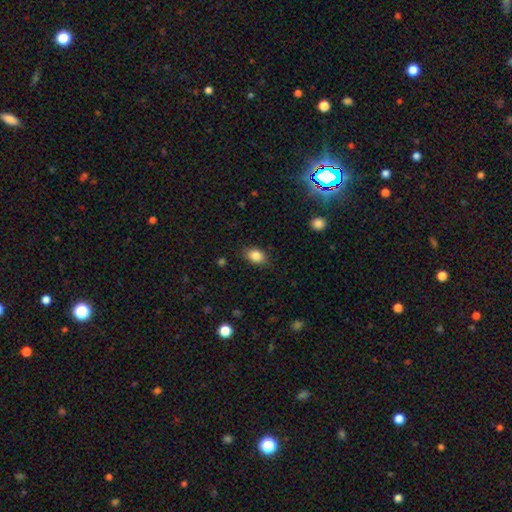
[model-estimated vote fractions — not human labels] A smooth galaxy with no disk features (85%) that is in between round and cigar-shaped (76%). Merging: none (80%).